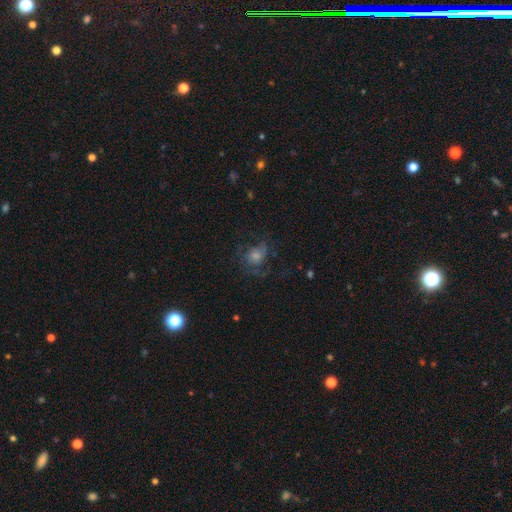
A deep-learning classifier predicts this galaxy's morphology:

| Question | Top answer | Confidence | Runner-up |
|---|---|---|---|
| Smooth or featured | featured or disk | 52% | smooth (30%) |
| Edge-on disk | no | 97% | yes (3%) |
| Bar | no | 76% | weak (21%) |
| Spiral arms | yes | 80% | no (20%) |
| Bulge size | moderate | 41% | small (31%) |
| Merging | none | 55% | major disturbance (26%) |